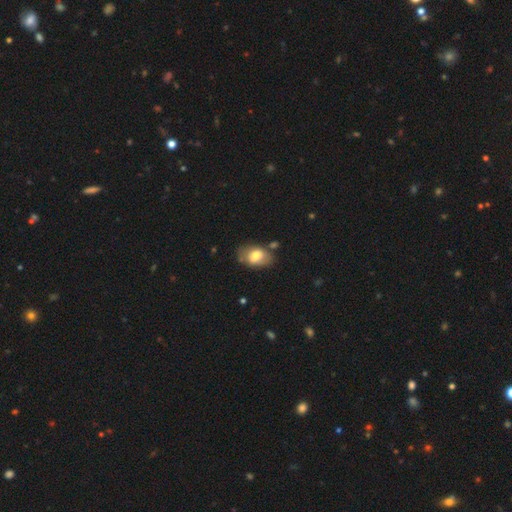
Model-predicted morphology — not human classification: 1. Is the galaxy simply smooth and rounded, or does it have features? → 69% smooth, 24% featured or disk, 7% star or artifact.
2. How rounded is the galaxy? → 85% in between, 14% round, 1% cigar-shaped.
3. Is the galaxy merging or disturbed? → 68% none, 19% minor disturbance, 7% merger, 6% major disturbance.